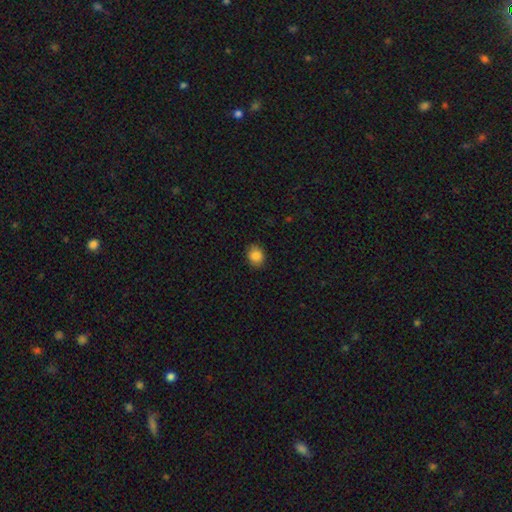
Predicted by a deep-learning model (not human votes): The model was most divided on "how rounded": round: 54%, in between: 45%, cigar-shaped: 1%. More confident: merging — none (87%); smooth or featured — smooth (86%).